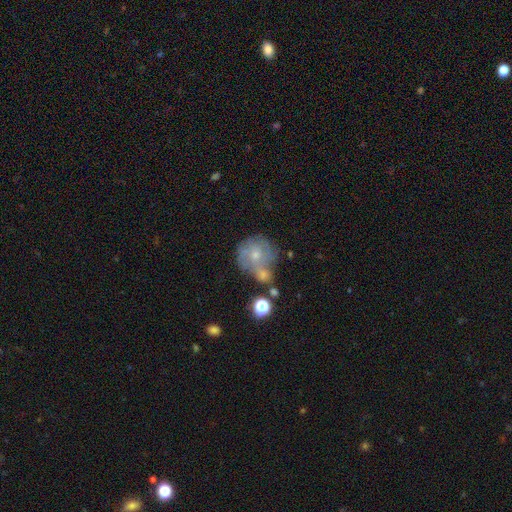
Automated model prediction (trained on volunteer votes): Overall: featured or disk (54%; smooth 35%). Edge-on disk: no (97%). Bar: no (78%). Spiral arms: yes (66%; no 34%). Bulge size: small (57%; moderate 36%). Merging: none (40%; merger 31%).